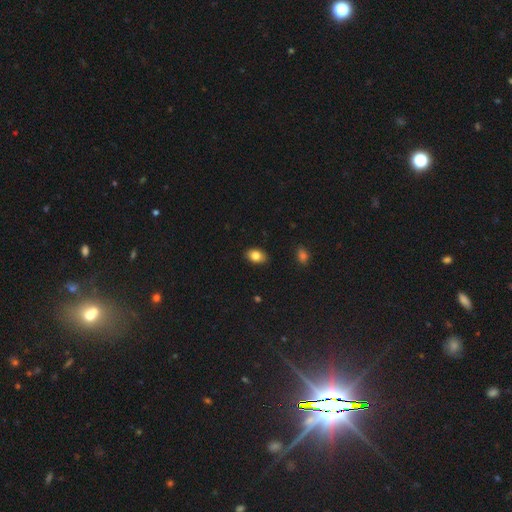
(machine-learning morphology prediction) smooth 83%, featured or disk 9%, star or artifact 9%. Down the decision tree: how rounded — in between (83%); merging — none (87%).